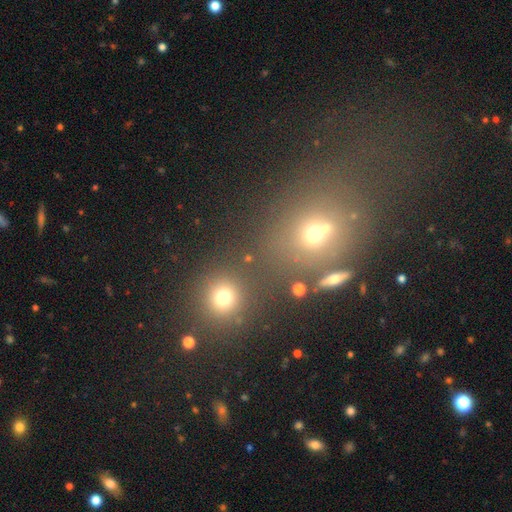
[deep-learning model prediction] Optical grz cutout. It shows a smooth galaxy with no disk features (48%). Merging: none (49%).